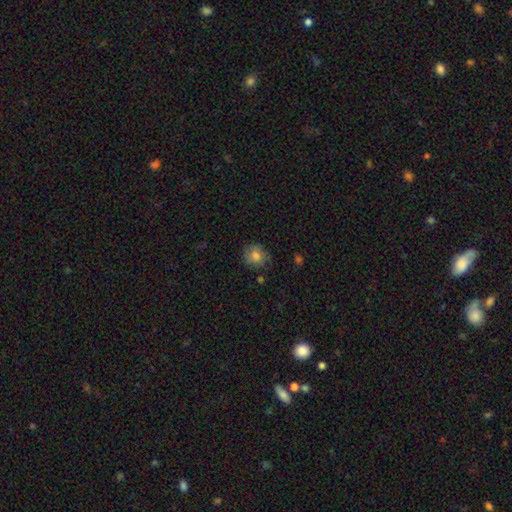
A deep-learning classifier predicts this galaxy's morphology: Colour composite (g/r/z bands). It shows a smooth galaxy with no disk features (79%) that is round (81%). Merging: none (77%).